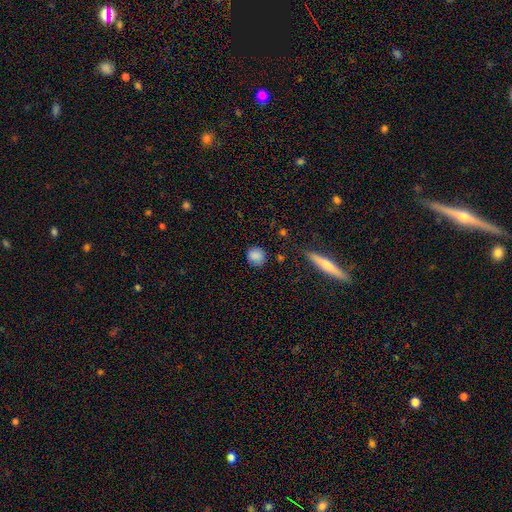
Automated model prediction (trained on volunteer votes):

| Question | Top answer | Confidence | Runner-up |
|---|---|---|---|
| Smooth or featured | smooth | 86% | star or artifact (9%) |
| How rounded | round | 79% | in between (19%) |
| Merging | none | 80% | minor disturbance (14%) |